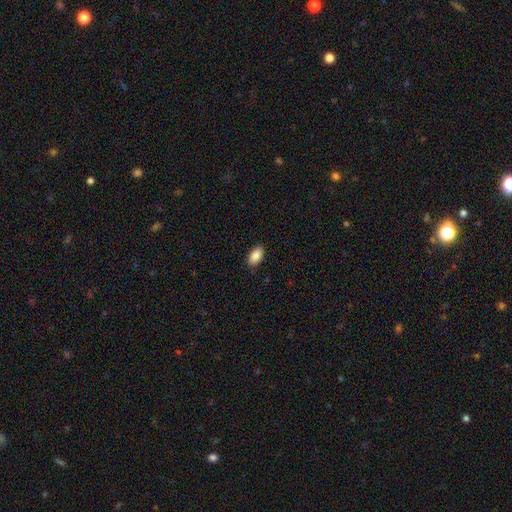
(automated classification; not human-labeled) A smooth galaxy with no disk features (89%) that is in between round and cigar-shaped (94%). Merging: none (89%).